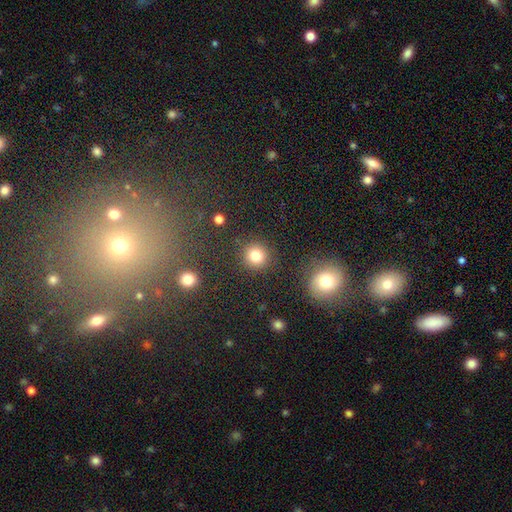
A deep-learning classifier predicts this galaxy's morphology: Smooth or featured? smooth (81%)
How rounded? round (93%)
Merging? none (88%)